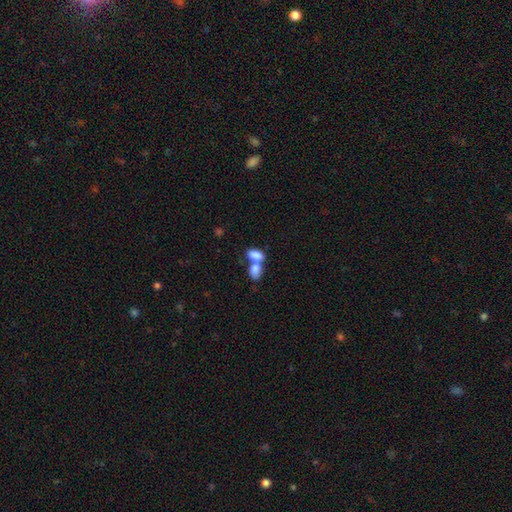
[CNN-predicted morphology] smooth 83%, featured or disk 10%, star or artifact 8%. Down the decision tree: how rounded — in between (90%); merging — merger (66%).